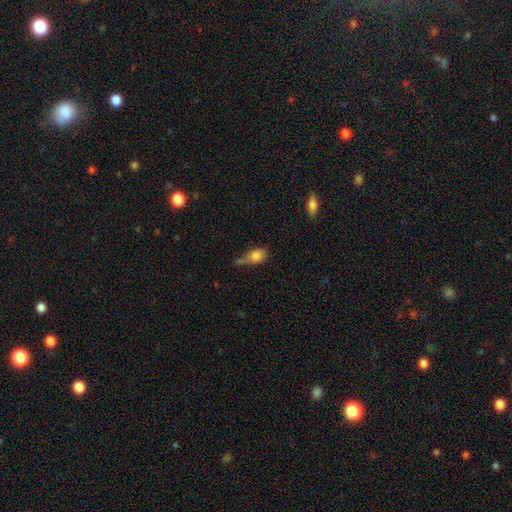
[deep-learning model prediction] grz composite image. It shows a smooth galaxy with no disk features (77%) that is in between round and cigar-shaped (63%). Merging: none (30%, tied with minor disturbance).